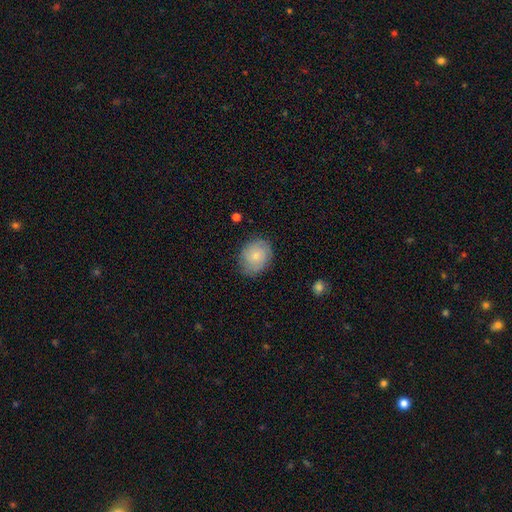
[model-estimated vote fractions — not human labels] smooth-or-featured: smooth: 65% | featured or disk: 28% | star or artifact: 7%
  how-rounded: round: 56% | in between: 43% | cigar-shaped: 1%
  merging: none: 78% | minor disturbance: 16% | major disturbance: 4% | merger: 1%